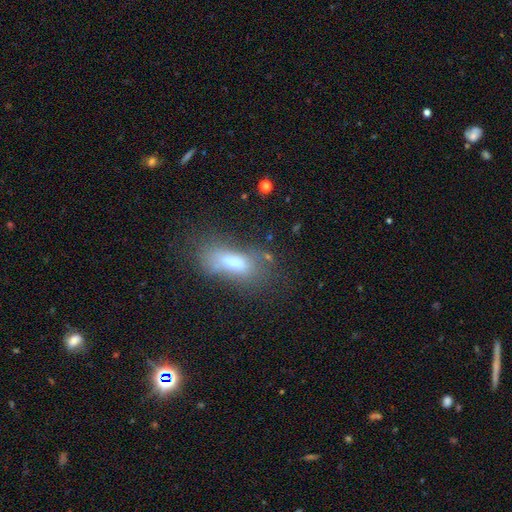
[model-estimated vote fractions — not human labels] A smooth galaxy with no disk features (58%) that is in between round and cigar-shaped (66%). Merging: none (54%).